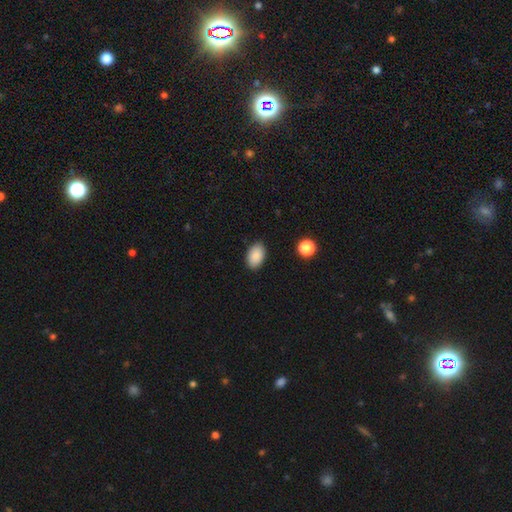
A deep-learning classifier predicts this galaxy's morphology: Overall: smooth (89%). How rounded: in between (92%). Merging: none (88%).